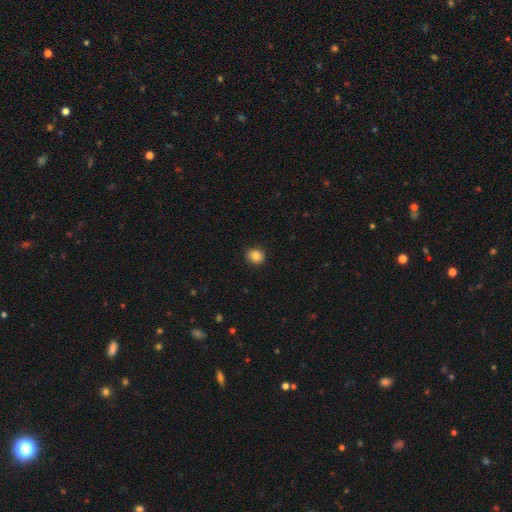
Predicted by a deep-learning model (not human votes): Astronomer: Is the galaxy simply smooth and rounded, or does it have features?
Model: smooth — 82%.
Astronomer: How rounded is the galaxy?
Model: round — 76%.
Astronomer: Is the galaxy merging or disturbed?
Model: none — 87%.